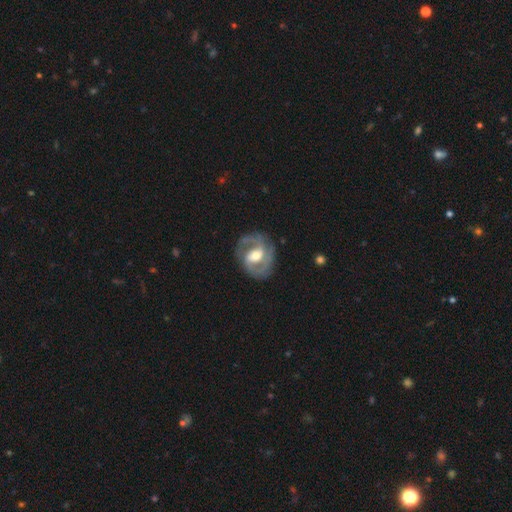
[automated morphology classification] smooth_or_featured: featured or disk (p=0.84) [alt: smooth p=0.12]
disk_edge_on: no (p=0.97) [alt: yes p=0.03]
bar: weak (p=0.45) [alt: strong p=0.29]
has_spiral_arms: yes (p=0.91) [alt: no p=0.09]
spiral_winding: medium (p=0.50) [alt: tight p=0.34]
spiral_arm_count: 2 (p=0.81) [alt: can't tell p=0.07]
bulge_size: moderate (p=0.70) [alt: small p=0.17]
merging: none (p=0.77) [alt: minor disturbance p=0.15]